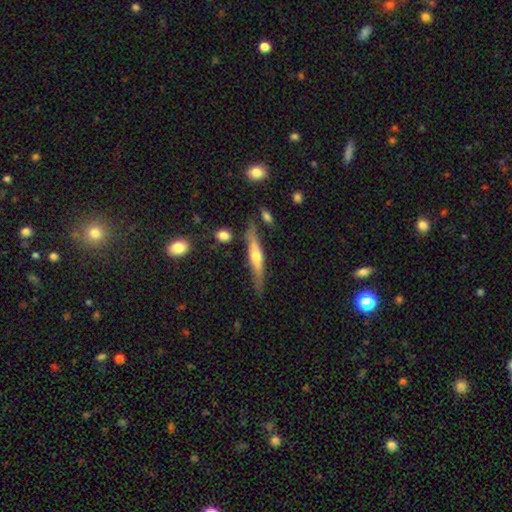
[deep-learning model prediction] Smooth or featured?
  - featured or disk: 60% *
  - smooth: 34%
  - star or artifact: 6%
Edge-on disk?
  - yes: 93% *
  - no: 7%
Edge-on bulge?
  - rounded: 86% *
  - none: 7%
  - boxy: 6%
Merging?
  - none: 75% *
  - minor disturbance: 16%
  - merger: 5%
  - major disturbance: 4%